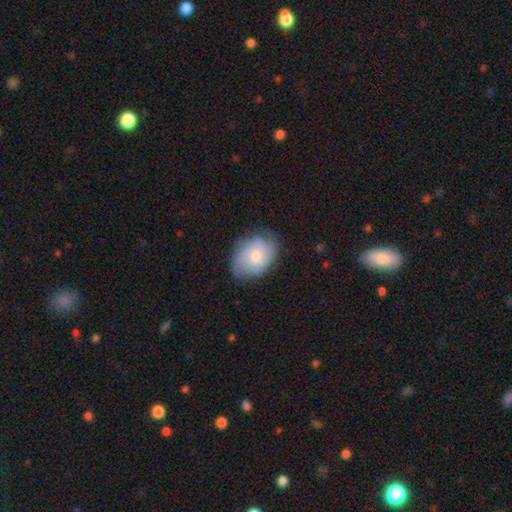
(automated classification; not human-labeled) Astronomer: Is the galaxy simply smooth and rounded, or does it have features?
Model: featured or disk — 51% (runner-up: smooth, 42%).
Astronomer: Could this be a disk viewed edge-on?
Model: no — 97%.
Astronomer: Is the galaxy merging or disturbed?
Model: none — 69%.